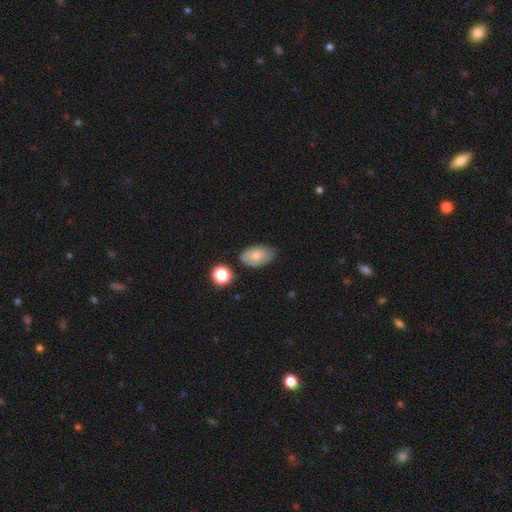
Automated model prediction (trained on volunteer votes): Morphology: type=smooth (74%); roundness=in between (89%); merging=none (65%).